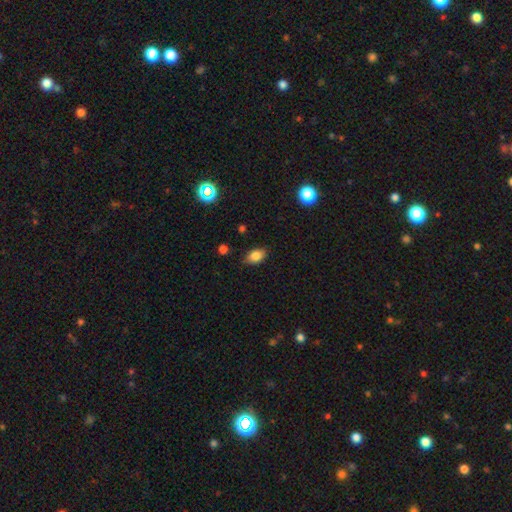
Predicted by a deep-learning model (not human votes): smooth_or_featured: smooth (p=0.82) [alt: star or artifact p=0.10]
how_rounded: in between (p=0.85) [alt: round p=0.13]
merging: none (p=0.82) [alt: minor disturbance p=0.14]